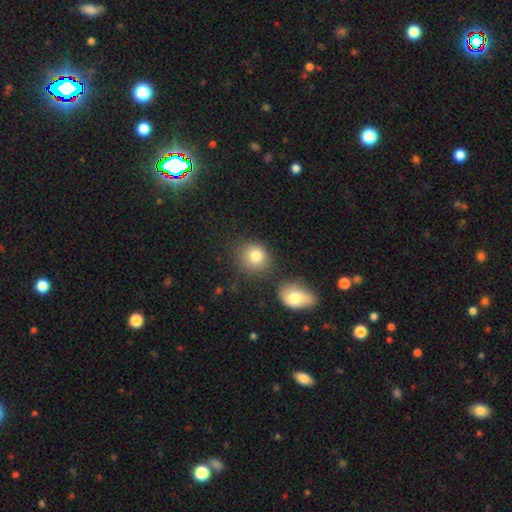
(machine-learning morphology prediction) type=smooth (81%); roundness=round (77%); merging=none (69%).